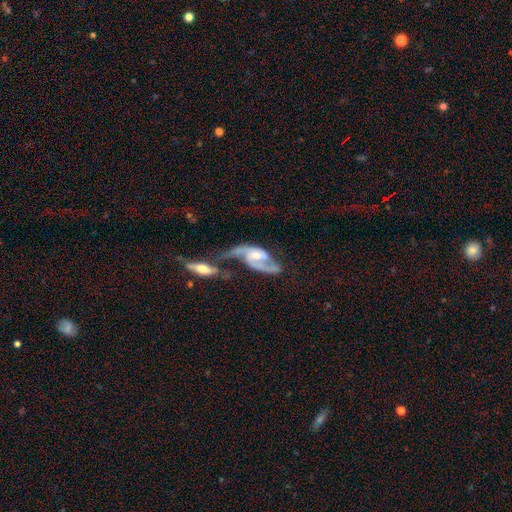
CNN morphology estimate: featured or disk 85%, smooth 10%, star or artifact 5%. Down the decision tree: edge-on disk — no (94%); bar — no (53%); spiral arms — yes (93%); spiral arm count — 2 (82%); spiral winding — loose (46%); bulge size — moderate (57%); merging — merger (49%).